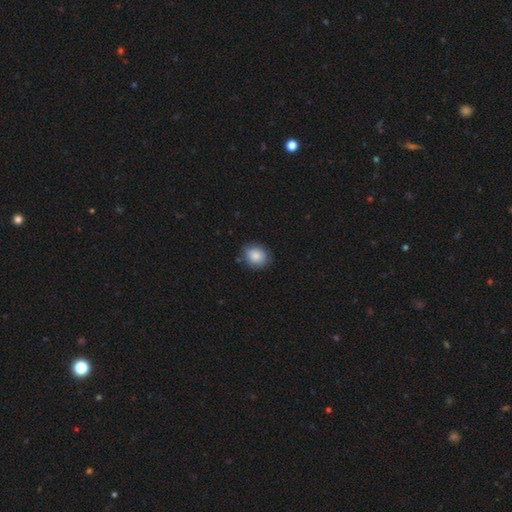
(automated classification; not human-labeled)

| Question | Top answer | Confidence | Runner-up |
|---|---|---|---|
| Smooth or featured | smooth | 84% | featured or disk (8%) |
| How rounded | round | 68% | in between (31%) |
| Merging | none | 81% | minor disturbance (14%) |